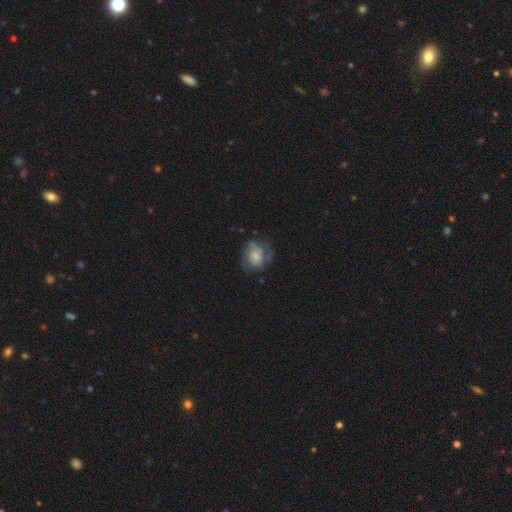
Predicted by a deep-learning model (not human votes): Overall: smooth (47%; featured or disk 44%). Merging: none (53%; minor disturbance 26%).